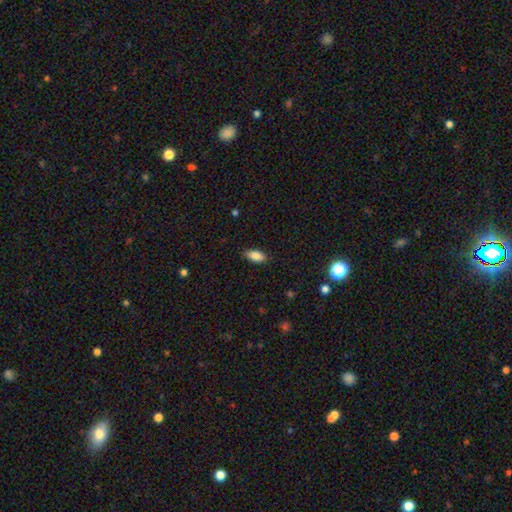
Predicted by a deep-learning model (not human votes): A smooth galaxy with no disk features (86%) that is in between round and cigar-shaped (89%).

Vote fractions:
- Smooth or featured? smooth: 86% / star or artifact: 8% / featured or disk: 7%
- How rounded? in between: 89% / cigar-shaped: 8% / round: 3%
- Merging? none: 85% / minor disturbance: 12% / major disturbance: 2% / merger: 1%